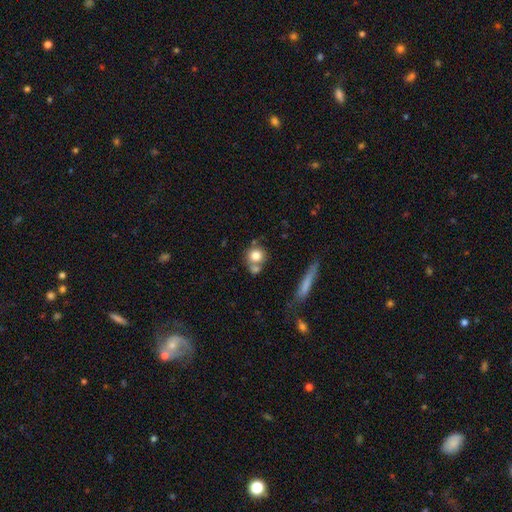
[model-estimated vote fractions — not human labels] Overall: smooth (77%). How rounded: round (82%). Merging: none (52%; merger 32%).